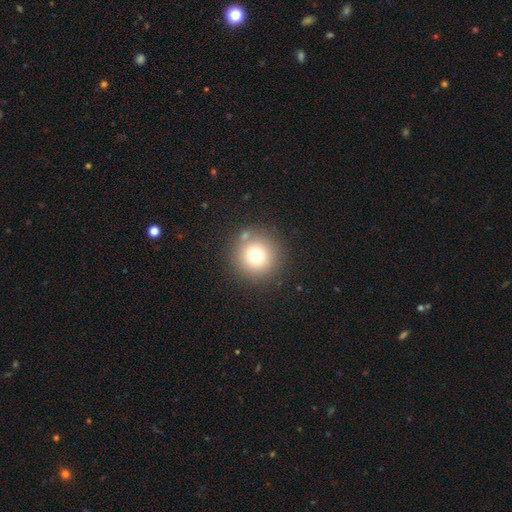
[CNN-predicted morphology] A smooth galaxy with no disk features (74%) that is round (95%). Merging: none (84%).